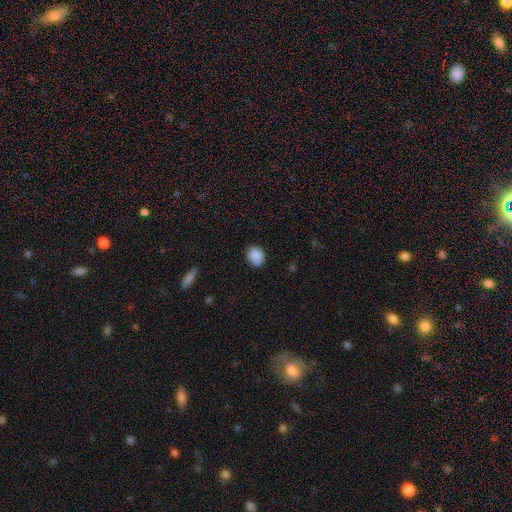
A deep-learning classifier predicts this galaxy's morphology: Q: Smooth or featured?
A: smooth (88%); runner-up: star or artifact (8%)
Q: How rounded?
A: round (59%); runner-up: in between (39%)
Q: Merging?
A: none (81%); runner-up: minor disturbance (15%)